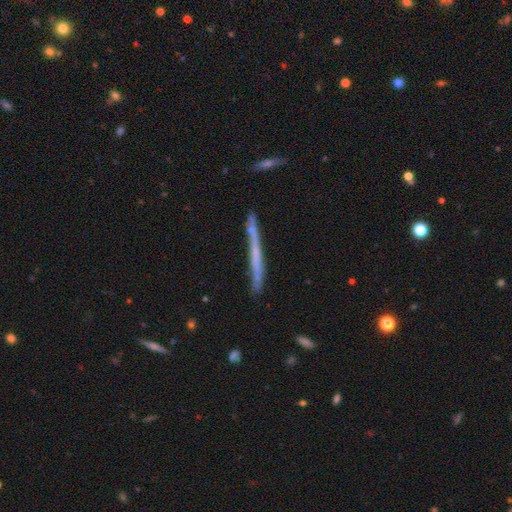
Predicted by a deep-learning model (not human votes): Overall: featured or disk (51%; smooth 42%). Edge-on disk: yes (95%). Merging: none (79%).